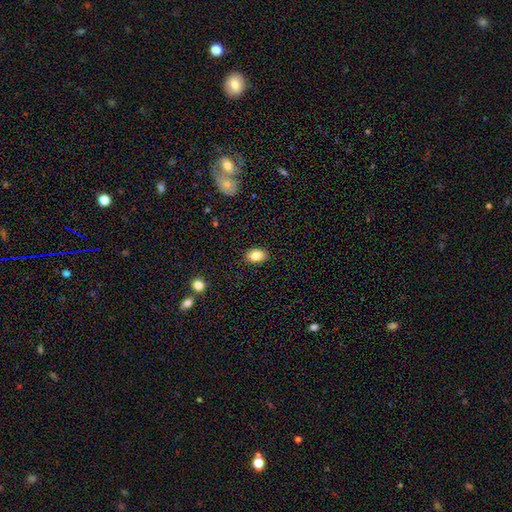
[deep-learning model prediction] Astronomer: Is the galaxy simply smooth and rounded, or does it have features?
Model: smooth — 85%.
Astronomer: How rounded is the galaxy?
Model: in between — 84%.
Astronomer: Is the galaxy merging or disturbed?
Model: none — 86%.